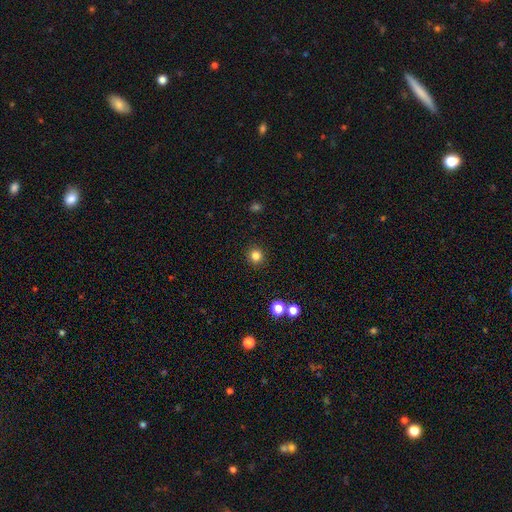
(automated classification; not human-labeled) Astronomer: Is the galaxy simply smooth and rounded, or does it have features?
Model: smooth — 82%.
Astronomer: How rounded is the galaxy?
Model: round — 92%.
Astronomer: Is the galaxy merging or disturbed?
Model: none — 92%.